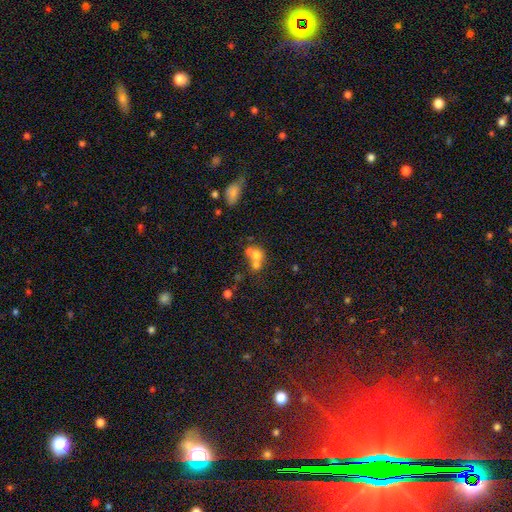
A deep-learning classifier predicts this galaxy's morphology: A smooth galaxy with no disk features (61%) that is round (71%). Merging: merger (60%).